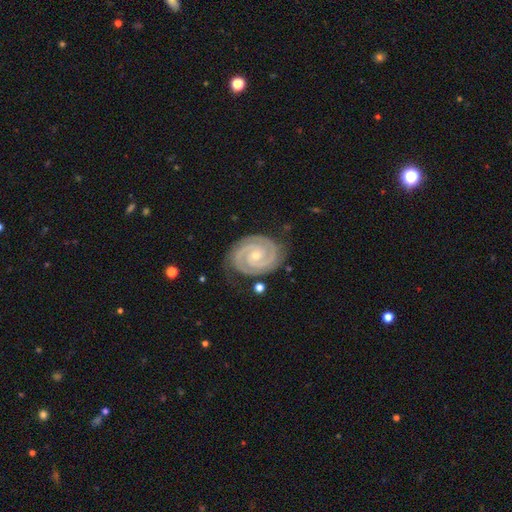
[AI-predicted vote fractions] Morphology: type=featured or disk (93%); edge-on=no (98%); bar=no (65%); spiral arms=yes (99%); winding=tight (82%); arm count=2 (91%); bulge=small (62%); merging=none (84%).